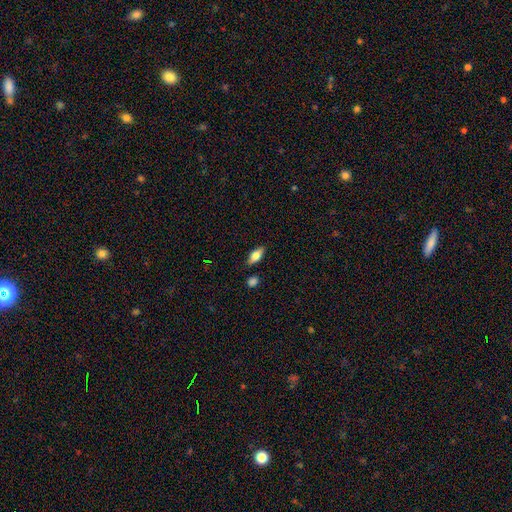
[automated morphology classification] This appears to be a smooth galaxy with no disk features (68%) that is in between round and cigar-shaped (79%). Merging: none (83%).